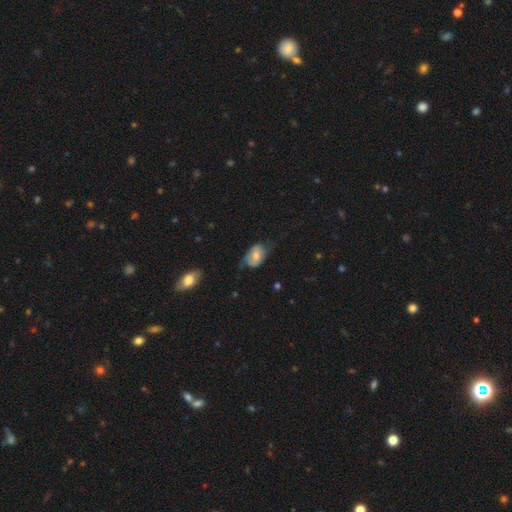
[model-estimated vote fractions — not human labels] Morphology: type=smooth (58%); roundness=in between (85%); merging=none (44%).